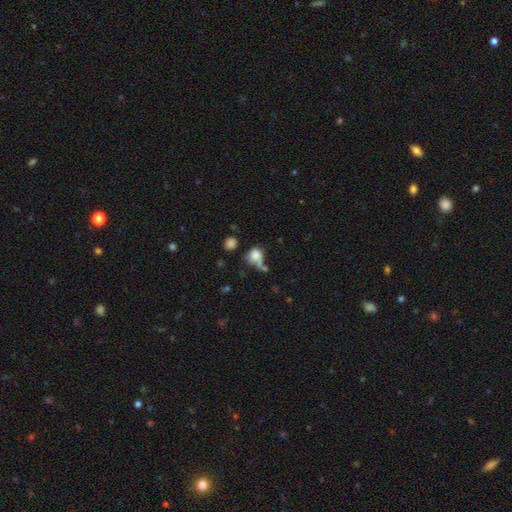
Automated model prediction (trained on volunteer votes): A smooth galaxy with no disk features (76%) that is round (61%).

Vote fractions:
- Smooth or featured? smooth: 76% / featured or disk: 13% / star or artifact: 12%
- How rounded? round: 61% / in between: 37% / cigar-shaped: 2%
- Merging? none: 34% / merger: 30% / minor disturbance: 19% / major disturbance: 17%